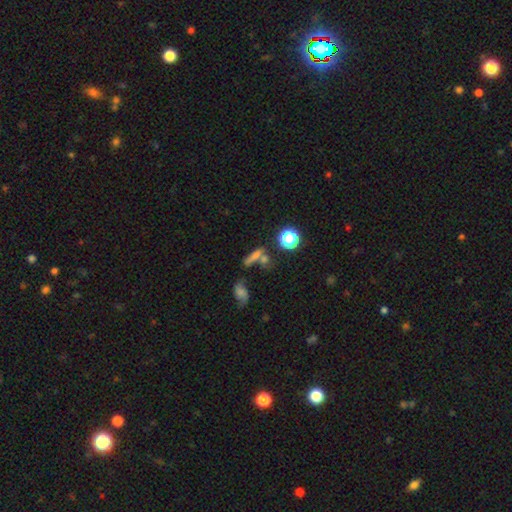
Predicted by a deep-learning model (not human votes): A smooth galaxy with no disk features (58%) that is cigar-shaped (45%). Merging: none (55%).